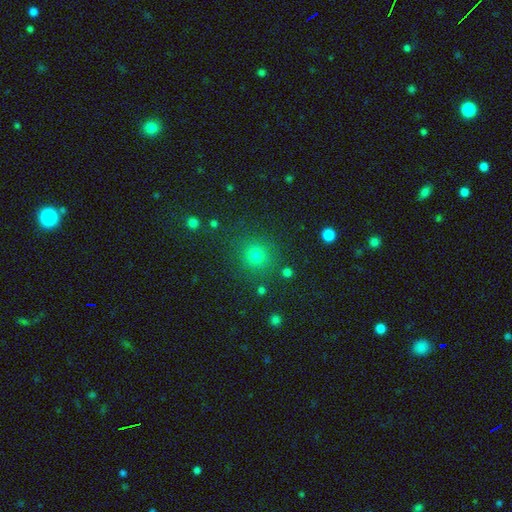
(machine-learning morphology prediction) A smooth galaxy with no disk features (76%) that is round (93%).

Vote fractions:
- Smooth or featured? smooth: 76% / star or artifact: 18% / featured or disk: 6%
- How rounded? round: 93% / in between: 6% / cigar-shaped: 1%
- Merging? none: 86% / minor disturbance: 8% / major disturbance: 4% / merger: 3%